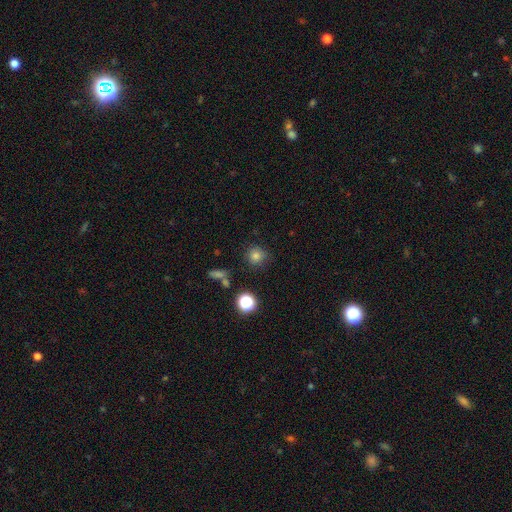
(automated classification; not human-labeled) Smooth or featured? Predicted: smooth (p=0.78). How rounded? Predicted: round (p=0.91). Merging? Predicted: none (p=0.81).